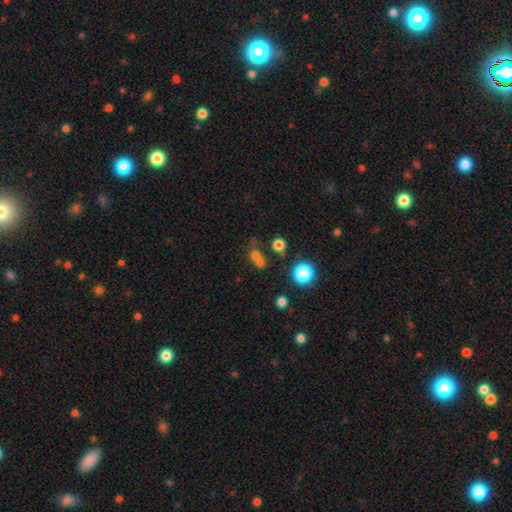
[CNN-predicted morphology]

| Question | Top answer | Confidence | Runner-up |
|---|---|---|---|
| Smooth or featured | smooth | 65% | star or artifact (22%) |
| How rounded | round | 79% | in between (20%) |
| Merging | merger | 43% | none (41%) |